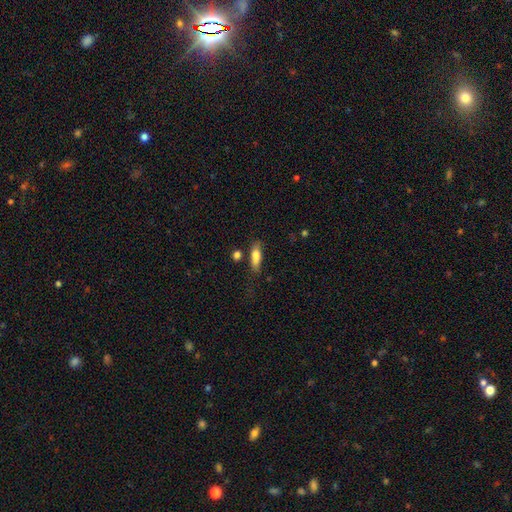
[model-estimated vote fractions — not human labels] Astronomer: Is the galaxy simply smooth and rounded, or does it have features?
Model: smooth — 78%.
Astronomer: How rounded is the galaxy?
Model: in between — 57% (runner-up: cigar-shaped, 40%).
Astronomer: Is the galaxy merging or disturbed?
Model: none — 61%.